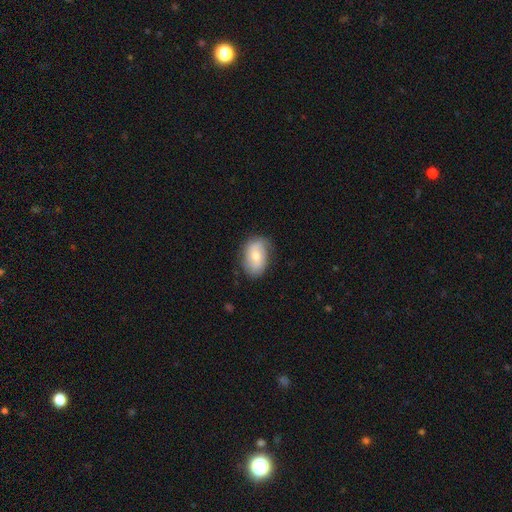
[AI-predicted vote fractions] smooth 51%, featured or disk 43%, star or artifact 7%. Down the decision tree: how rounded — in between (83%); merging — none (73%).